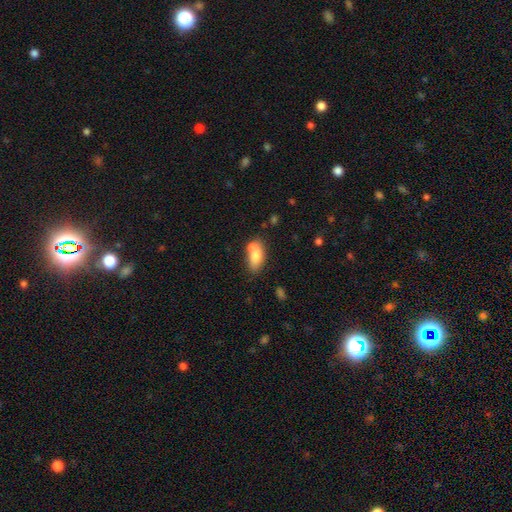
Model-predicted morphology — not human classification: smooth 73%, featured or disk 18%, star or artifact 9%. Down the decision tree: how rounded — in between (81%); merging — merger (45%).